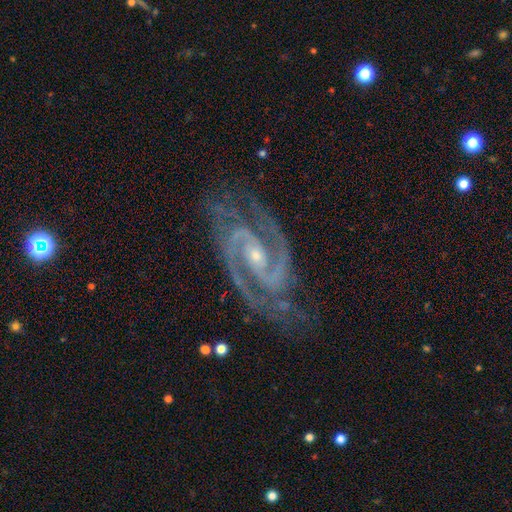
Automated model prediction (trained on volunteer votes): Smooth or featured: featured or disk — 94% (star or artifact — 4%)
Edge-on disk: no — 97% (yes — 3%)
Bar: weak — 43% (no — 30%)
Spiral arms: yes — 99% (no — 1%)
Spiral winding: medium — 52% (tight — 41%)
Spiral arm count: 2 — 92% (3 — 3%)
Bulge size: small — 64% (moderate — 32%)
Merging: none — 78% (minor disturbance — 15%)